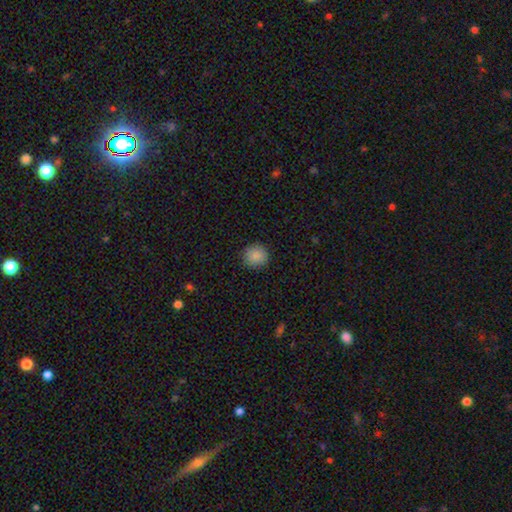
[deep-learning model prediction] smooth 87%, star or artifact 10%, featured or disk 4%. Down the decision tree: how rounded — round (91%); merging — none (90%).